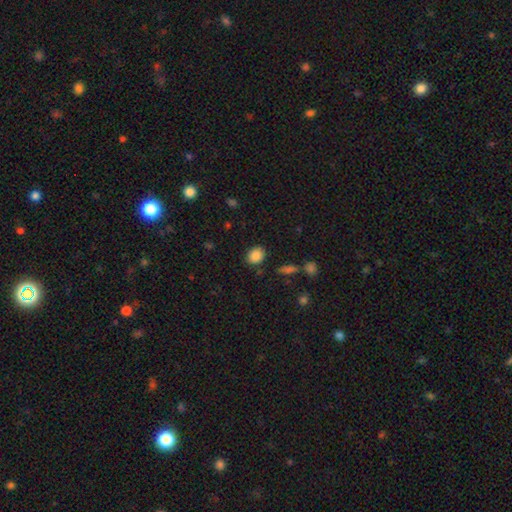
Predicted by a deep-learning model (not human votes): Smooth or featured? smooth (85%)
How rounded? round (53%)
Merging? none (86%)